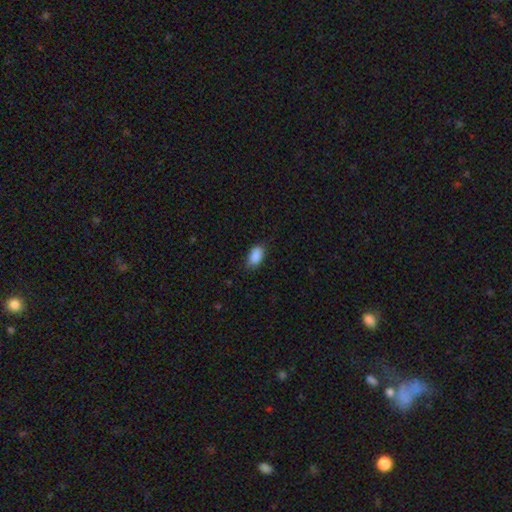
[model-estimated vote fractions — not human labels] A smooth galaxy with no disk features (89%) that is in between round and cigar-shaped (92%).

Vote fractions:
- Smooth or featured? smooth: 89% / star or artifact: 7% / featured or disk: 3%
- How rounded? in between: 92% / round: 6% / cigar-shaped: 2%
- Merging? none: 78% / minor disturbance: 17% / major disturbance: 3% / merger: 1%